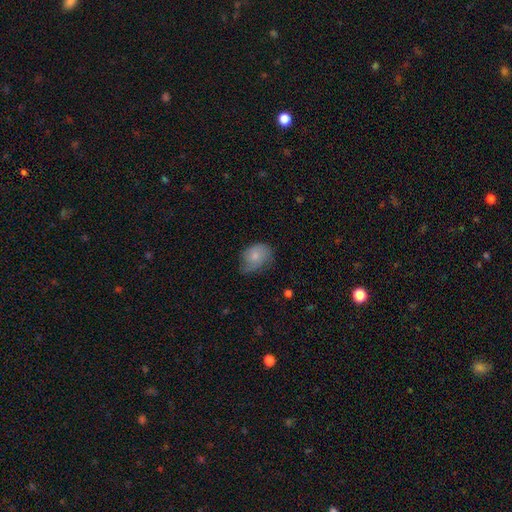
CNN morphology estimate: Smooth or featured? smooth (69%)
How rounded? in between (69%)
Merging? none (47%)